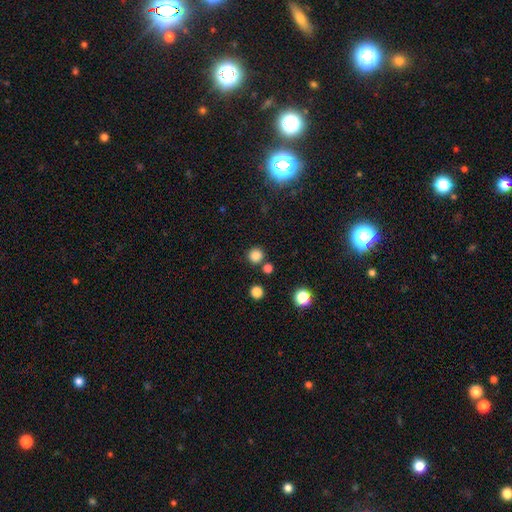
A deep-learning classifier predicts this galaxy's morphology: A smooth galaxy with no disk features (82%) that is round (95%).

Vote fractions:
- Smooth or featured? smooth: 82% / star or artifact: 14% / featured or disk: 4%
- How rounded? round: 95% / in between: 4% / cigar-shaped: 1%
- Merging? none: 84% / merger: 8% / minor disturbance: 6% / major disturbance: 2%